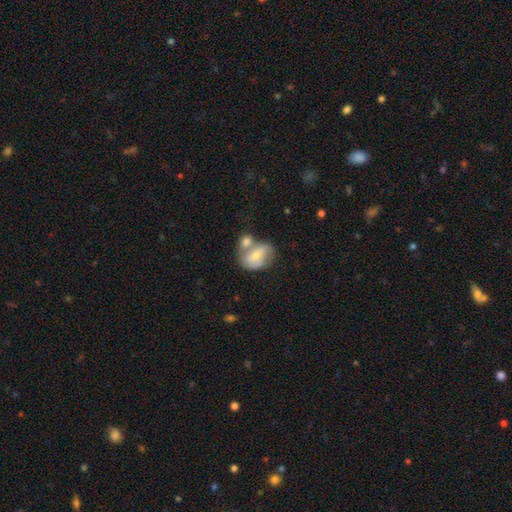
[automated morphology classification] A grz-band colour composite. It shows a smooth galaxy with no disk features (53%) that is in between round and cigar-shaped (61%). Merging: merger (52%).